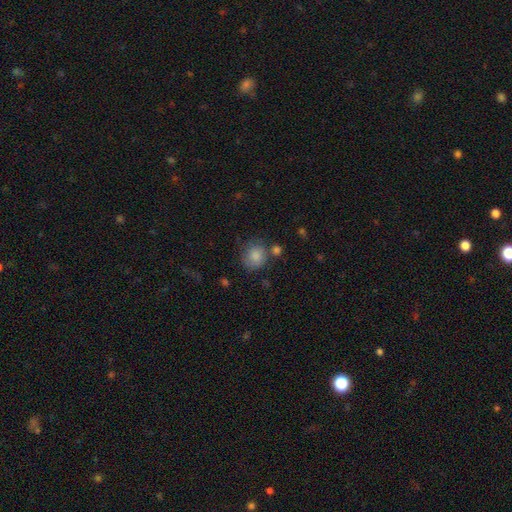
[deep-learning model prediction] Overall: smooth (84%). How rounded: round (79%). Merging: none (62%).